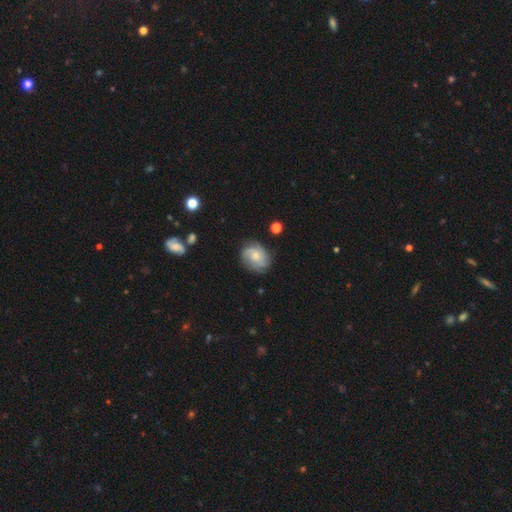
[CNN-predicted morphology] A featured or disk galaxy (66%) with no bar (72%), 3 (33%) tight (43%) spiral arms (93%) and a moderate central bulge (48%).

Vote fractions:
- Smooth or featured? featured or disk: 66% / smooth: 27% / star or artifact: 7%
- Edge-on disk? no: 98% / yes: 2%
- Bar? no: 72% / weak: 25% / strong: 3%
- Spiral arms? yes: 93% / no: 7%
- Spiral winding? tight: 43% / medium: 40% / loose: 17%
- Spiral arm count? 3: 33% / can't tell: 25% / 2: 22% / 4: 9% / 1: 6% / more than 4: 5%
- Bulge size? moderate: 48% / small: 40% / large: 5% / none: 5% / dominant: 1%
- Merging? none: 75% / minor disturbance: 17% / major disturbance: 6% / merger: 2%